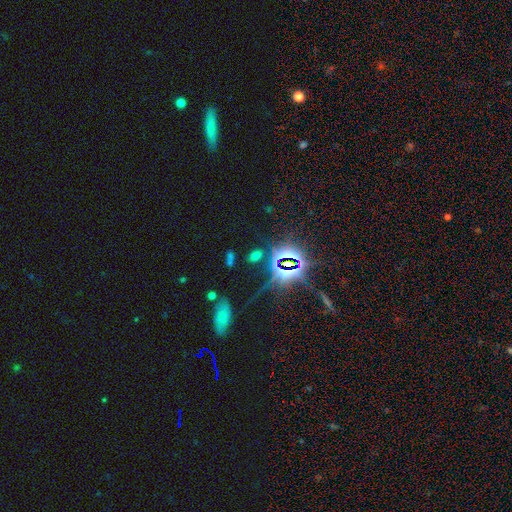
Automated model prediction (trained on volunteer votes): A star or artifact, not a galaxy (54%).

Vote fractions:
- Smooth or featured? star or artifact: 54% / smooth: 36% / featured or disk: 10%